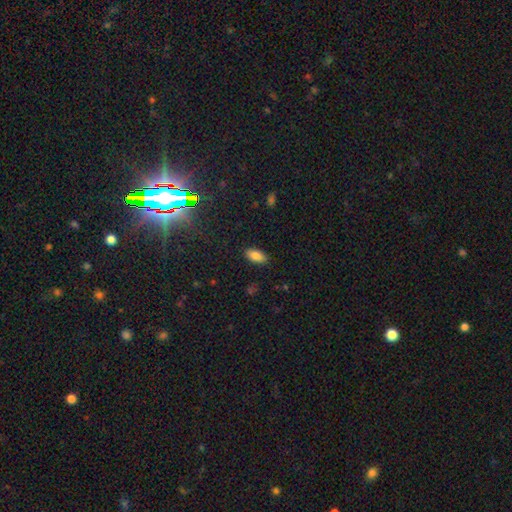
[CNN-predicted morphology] A smooth galaxy with no disk features (84%) that is in between round and cigar-shaped (92%). Merging: none (87%).